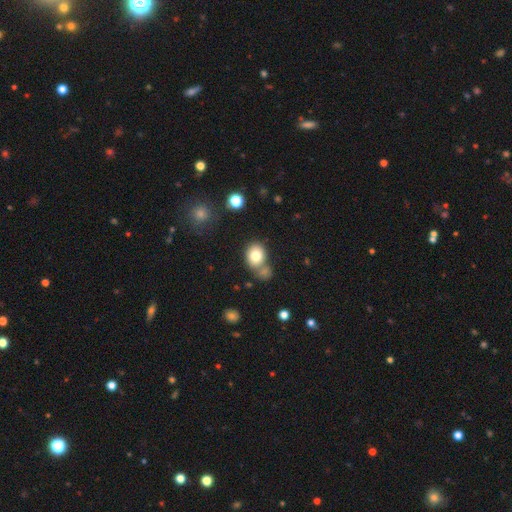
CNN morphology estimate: Overall: smooth (80%). How rounded: round (50%; in between 49%). Merging: none (57%; merger 26%).